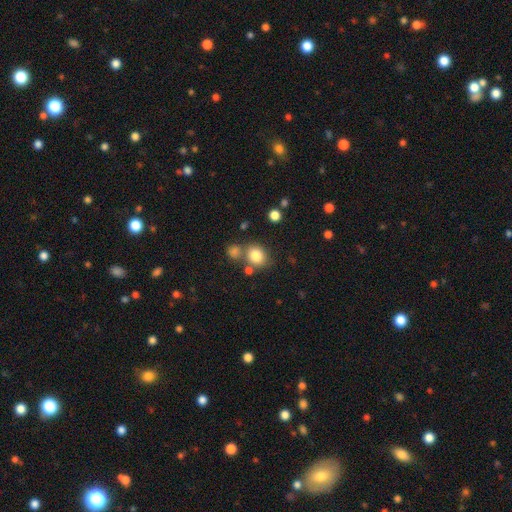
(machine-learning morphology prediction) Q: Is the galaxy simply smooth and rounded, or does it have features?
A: smooth — 82%.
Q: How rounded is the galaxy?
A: round — 67%.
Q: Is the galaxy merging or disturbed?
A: none — 64%.